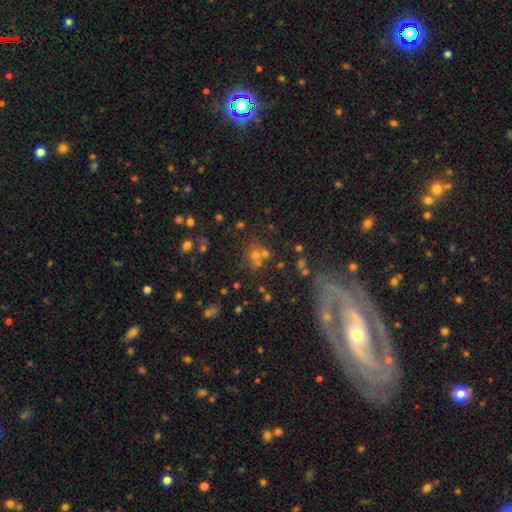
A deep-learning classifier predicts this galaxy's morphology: Smooth or featured: smooth — 44% (star or artifact — 36%)
Merging: none — 61% (merger — 21%)